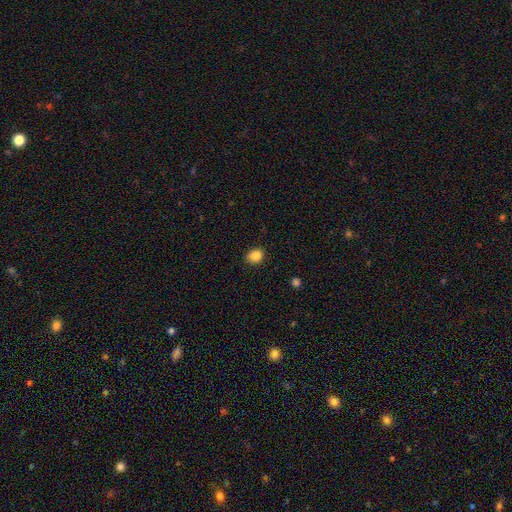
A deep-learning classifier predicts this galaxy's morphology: Q: Smooth or featured?
A: smooth (86%); runner-up: star or artifact (10%)
Q: How rounded?
A: in between (51%); runner-up: round (48%)
Q: Merging?
A: none (84%); runner-up: minor disturbance (12%)